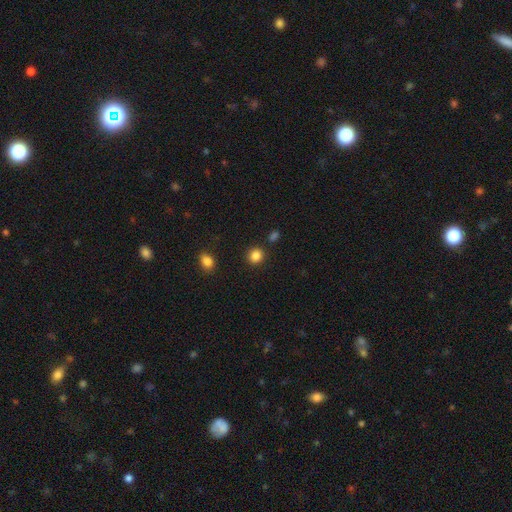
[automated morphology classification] Smooth or featured?
  - smooth: 86% *
  - star or artifact: 10%
  - featured or disk: 3%
How rounded?
  - round: 86% *
  - in between: 13%
  - cigar-shaped: 1%
Merging?
  - none: 88% *
  - minor disturbance: 6%
  - merger: 3%
  - major disturbance: 2%